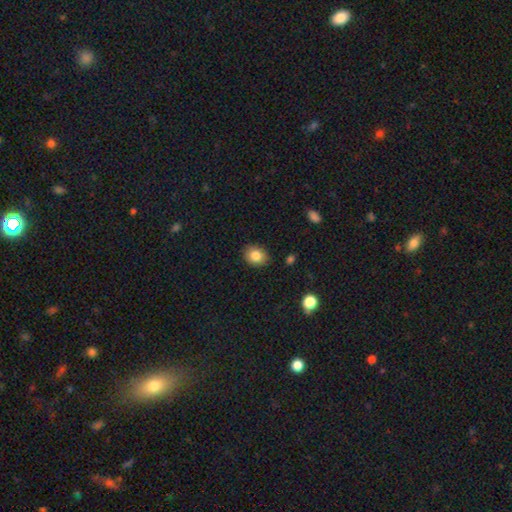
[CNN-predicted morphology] smooth 83%, star or artifact 9%, featured or disk 8%. Down the decision tree: how rounded — in between (51%); merging — none (88%).